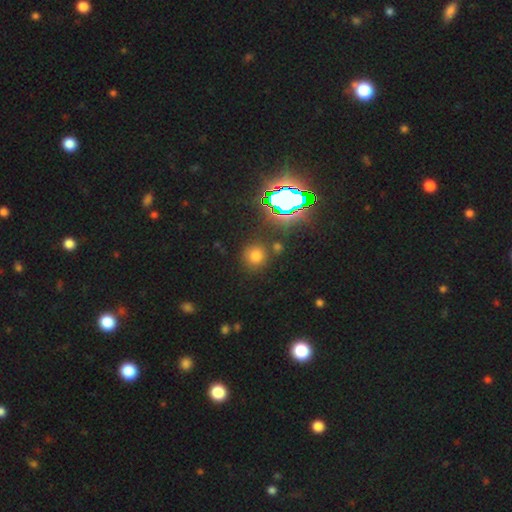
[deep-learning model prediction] smooth_or_featured: smooth (p=0.65) [alt: star or artifact p=0.28]
how_rounded: round (p=0.91) [alt: in between p=0.08]
merging: none (p=0.82) [alt: minor disturbance p=0.09]